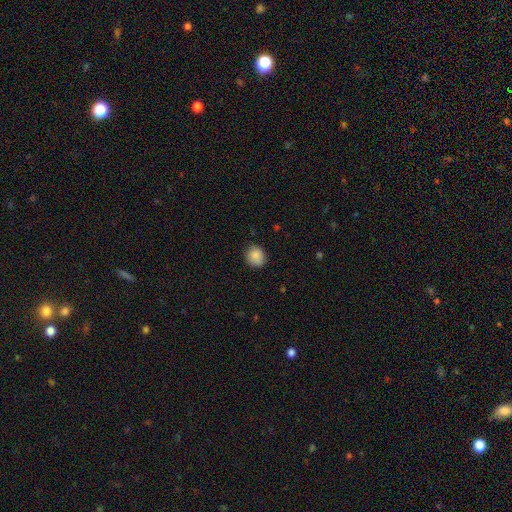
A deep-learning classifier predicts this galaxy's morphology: smooth 87%, star or artifact 9%, featured or disk 5%. Down the decision tree: how rounded — round (80%); merging — none (80%).